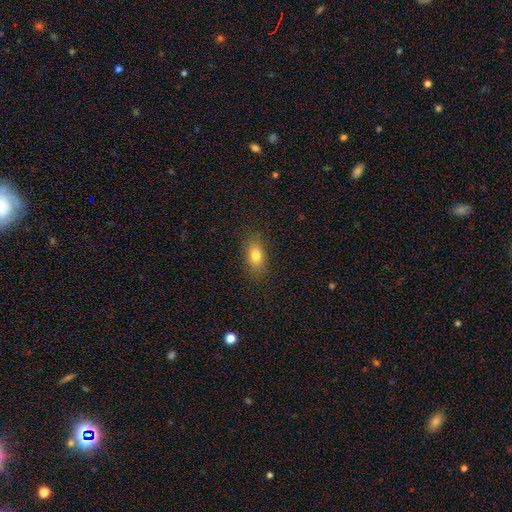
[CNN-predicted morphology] Smooth or featured? Predicted: smooth (p=0.79). How rounded? Predicted: in between (p=0.82). Merging? Predicted: none (p=0.85).